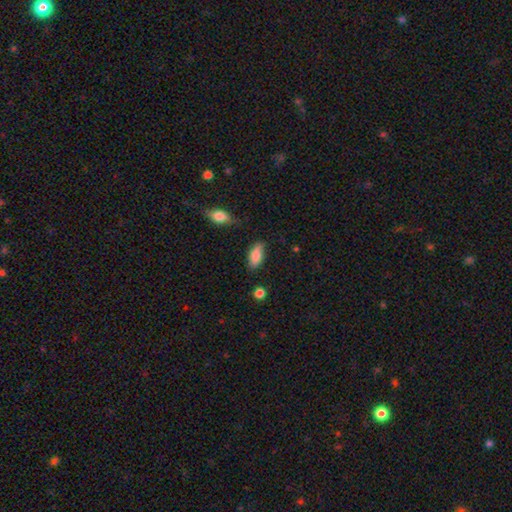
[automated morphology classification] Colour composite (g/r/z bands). It shows a smooth galaxy with no disk features (84%) that is in between round and cigar-shaped (86%). Merging: none (69%).